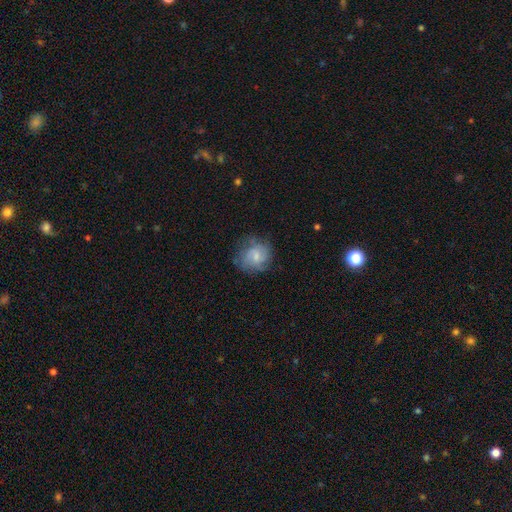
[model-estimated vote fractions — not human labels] This is possibly a smooth galaxy (47%). Merging: likely none (63%).